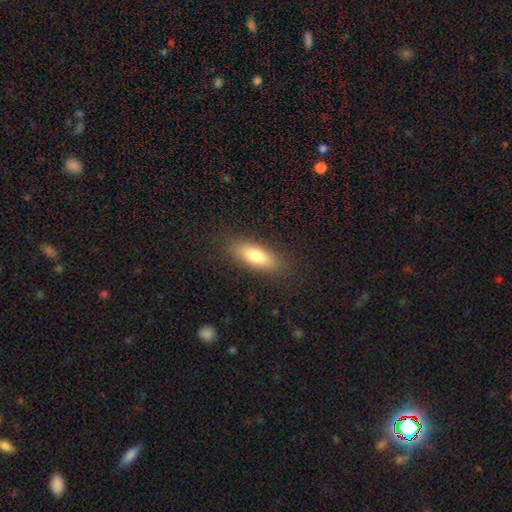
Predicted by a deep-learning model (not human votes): Smooth or featured? smooth (77%)
How rounded? in between (70%)
Merging? none (85%)